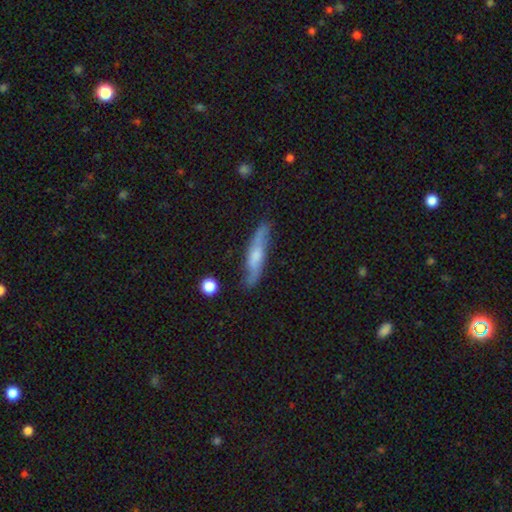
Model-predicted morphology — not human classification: type=featured or disk (56%); edge-on=yes (60%); merging=none (79%).